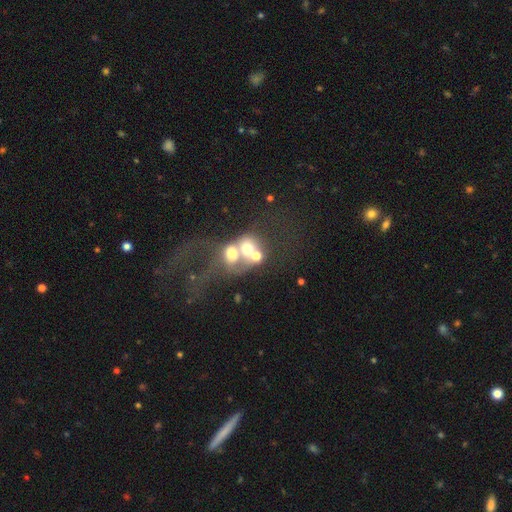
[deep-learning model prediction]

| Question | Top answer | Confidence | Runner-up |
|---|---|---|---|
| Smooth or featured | smooth | 48% | featured or disk (35%) |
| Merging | merger | 67% | none (14%) |